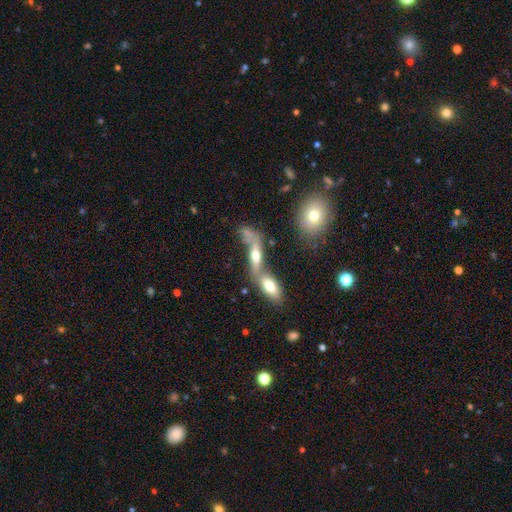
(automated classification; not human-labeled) Smooth or featured? featured or disk (45%, tied with smooth)
Merging? merger (52%)